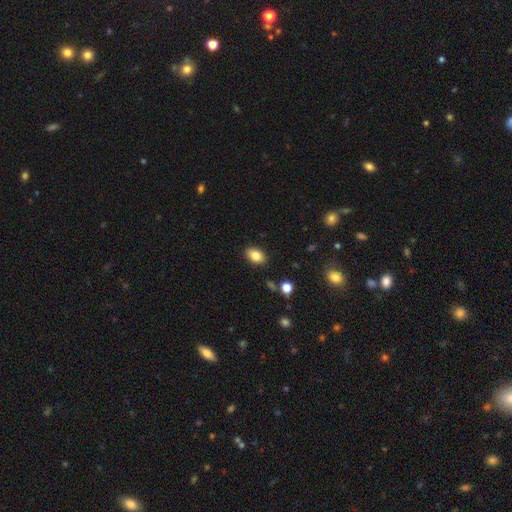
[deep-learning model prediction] Q: Smooth or featured?
A: smooth (82%); runner-up: star or artifact (9%)
Q: How rounded?
A: in between (82%); runner-up: round (16%)
Q: Merging?
A: none (87%); runner-up: minor disturbance (9%)